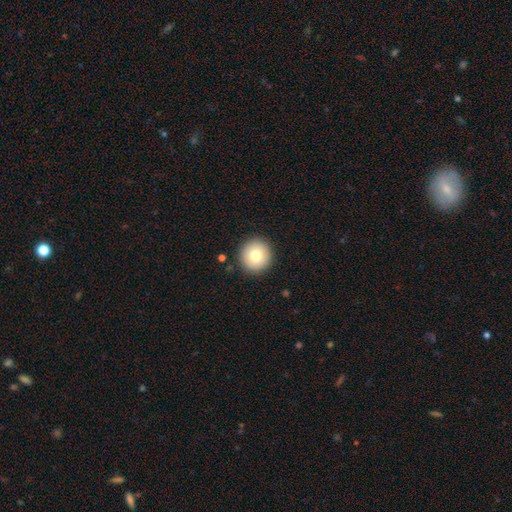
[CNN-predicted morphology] Smooth or featured? smooth (76%)
How rounded? round (95%)
Merging? none (91%)